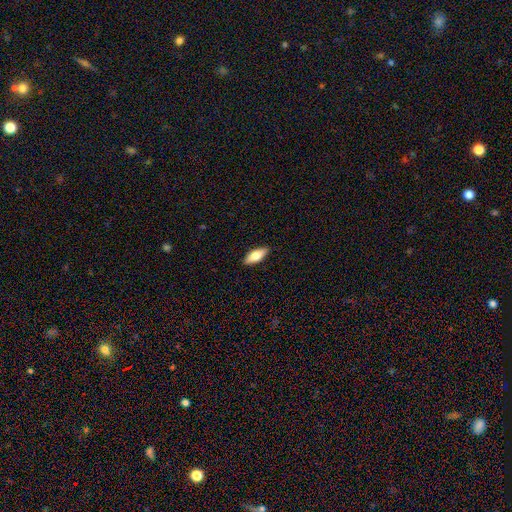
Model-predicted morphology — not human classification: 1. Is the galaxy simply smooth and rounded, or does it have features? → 76% smooth, 18% featured or disk, 6% star or artifact.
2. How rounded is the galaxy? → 79% in between, 19% cigar-shaped, 2% round.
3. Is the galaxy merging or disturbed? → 89% none, 8% minor disturbance, 2% major disturbance, 1% merger.